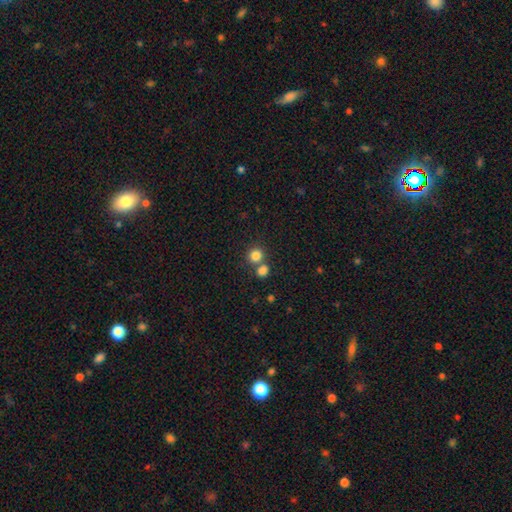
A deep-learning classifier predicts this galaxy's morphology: A smooth galaxy with no disk features (82%) that is round (87%). Merging: none (60%).